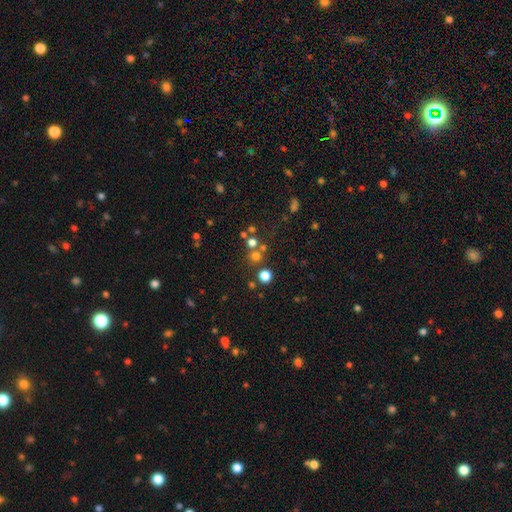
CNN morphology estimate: type=smooth (66%); roundness=round (91%); merging=none (69%).